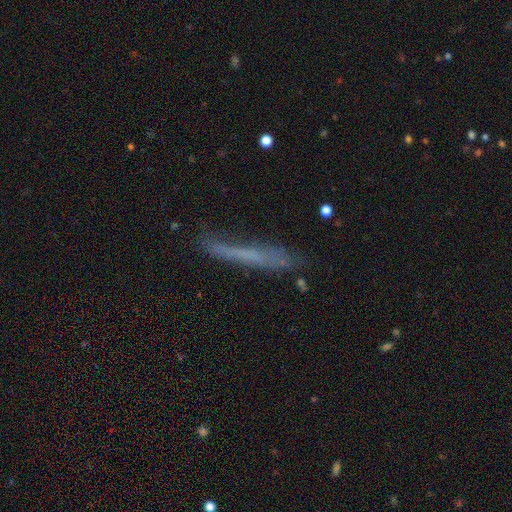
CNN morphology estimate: This appears to be a smooth galaxy with no disk features (52%) that is cigar-shaped (93%). Merging: none (58%).